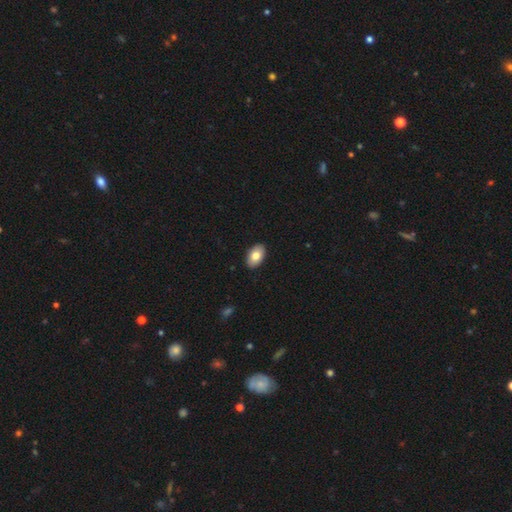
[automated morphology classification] A smooth galaxy with no disk features (79%) that is in between round and cigar-shaped (93%). Merging: none (90%).